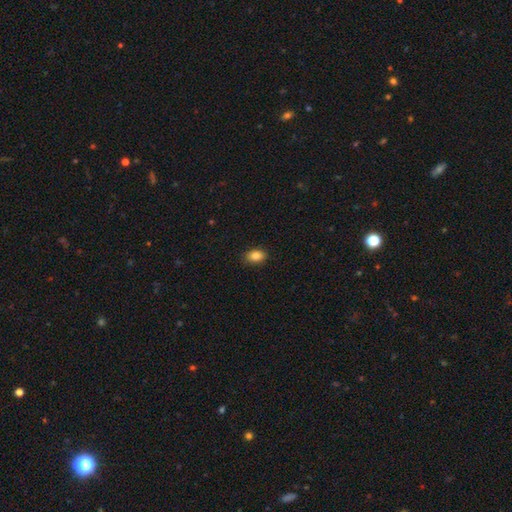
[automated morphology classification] A smooth galaxy with no disk features (86%) that is in between round and cigar-shaped (82%).

Vote fractions:
- Smooth or featured? smooth: 86% / star or artifact: 9% / featured or disk: 5%
- How rounded? in between: 82% / round: 17% / cigar-shaped: 1%
- Merging? none: 87% / minor disturbance: 10% / major disturbance: 2% / merger: 1%